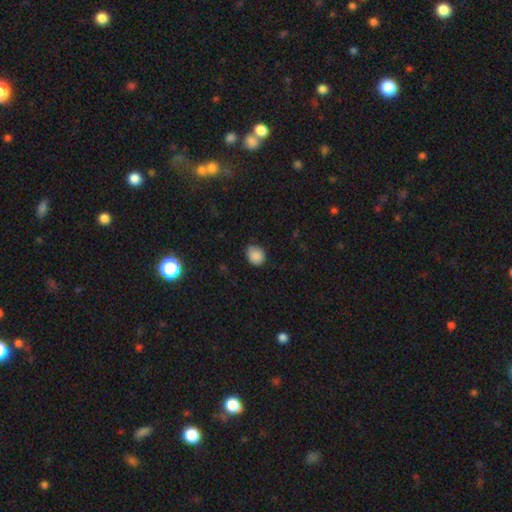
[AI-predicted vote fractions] This appears to be a smooth galaxy with no disk features (87%) that is round (64%). Merging: none (70%).